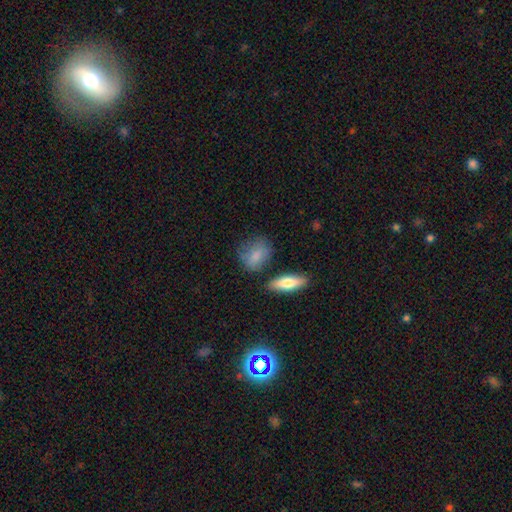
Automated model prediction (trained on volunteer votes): Smooth or featured: smooth — 81% (featured or disk — 12%)
How rounded: in between — 66% (round — 29%)
Merging: none — 62% (minor disturbance — 24%)